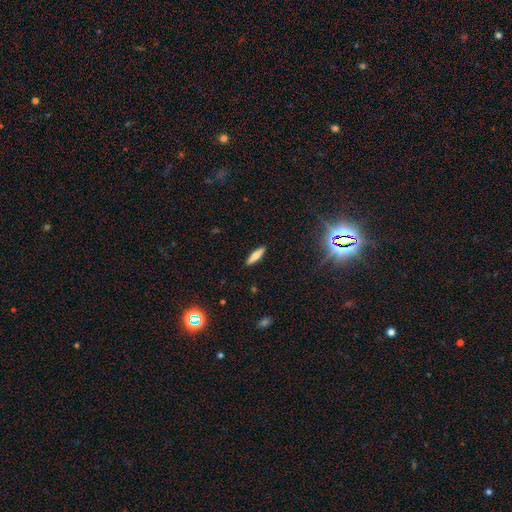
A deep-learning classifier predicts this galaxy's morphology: smooth-or-featured: smooth: 67% | featured or disk: 24% | star or artifact: 9%
  how-rounded: cigar-shaped: 69% | in between: 29% | round: 2%
  merging: none: 90% | minor disturbance: 7% | major disturbance: 2% | merger: 1%